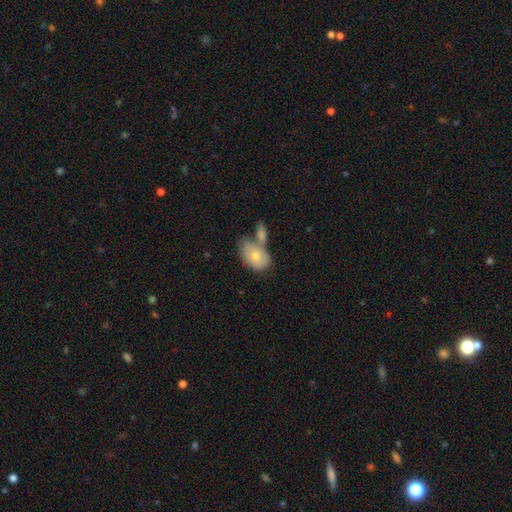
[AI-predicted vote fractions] Smooth or featured?
  - smooth: 70% *
  - featured or disk: 24%
  - star or artifact: 6%
How rounded?
  - in between: 83% *
  - round: 15%
  - cigar-shaped: 2%
Merging?
  - merger: 47% *
  - none: 32%
  - minor disturbance: 15%
  - major disturbance: 6%